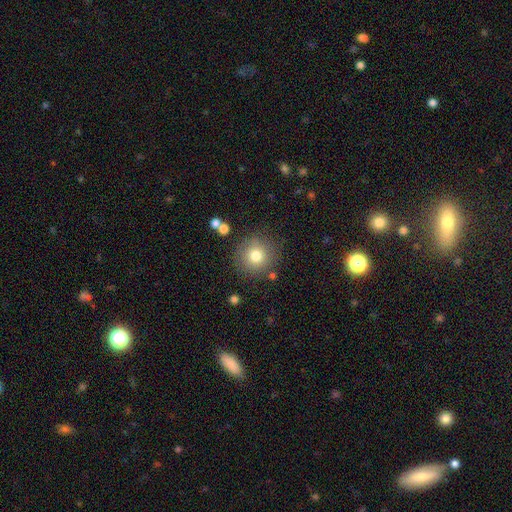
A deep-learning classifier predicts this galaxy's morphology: The model was most divided on "smooth or featured": smooth: 78%, star or artifact: 11%, featured or disk: 10%. More confident: how rounded — round (94%); merging — none (84%).